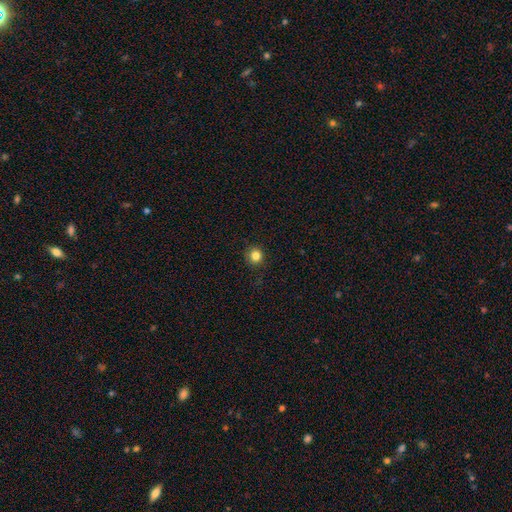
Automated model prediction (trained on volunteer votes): Q: Smooth or featured?
A: smooth (82%); runner-up: star or artifact (13%)
Q: How rounded?
A: round (93%); runner-up: in between (6%)
Q: Merging?
A: none (90%); runner-up: minor disturbance (7%)